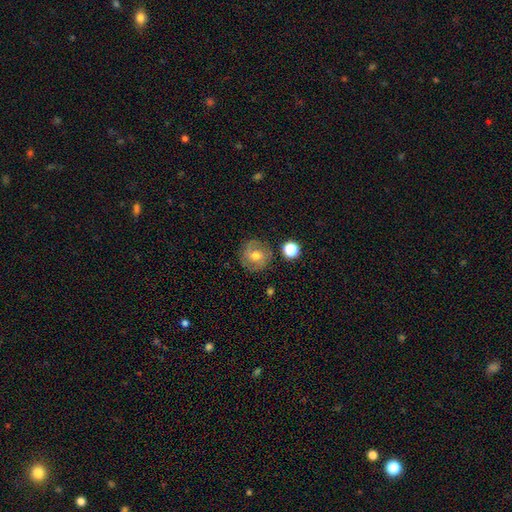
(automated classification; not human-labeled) smooth-or-featured: smooth: 48% | featured or disk: 41% | star or artifact: 11%
  merging: none: 81% | minor disturbance: 12% | major disturbance: 4% | merger: 3%